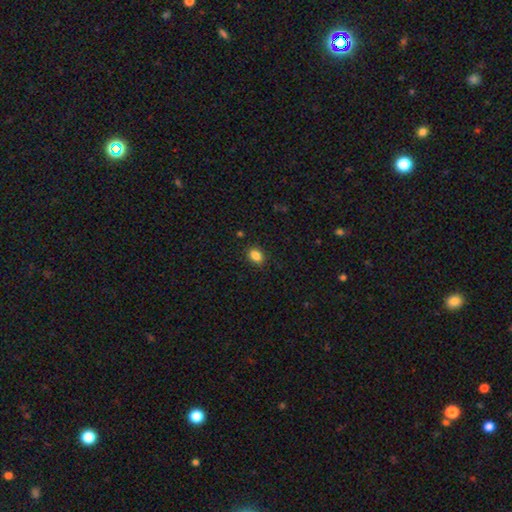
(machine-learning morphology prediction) The model was most divided on "how rounded": in between: 73%, round: 26%, cigar-shaped: 1%. More confident: merging — none (88%); smooth or featured — smooth (86%).